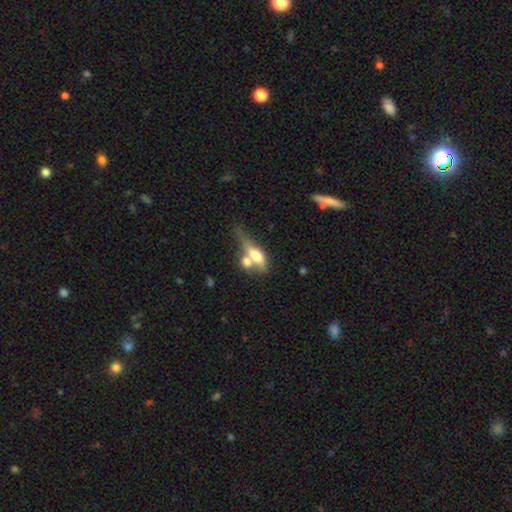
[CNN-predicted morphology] smooth_or_featured: smooth (p=0.52) [alt: featured or disk p=0.40]
how_rounded: in between (p=0.56) [alt: cigar-shaped p=0.33]
merging: merger (p=0.52) [alt: none p=0.23]